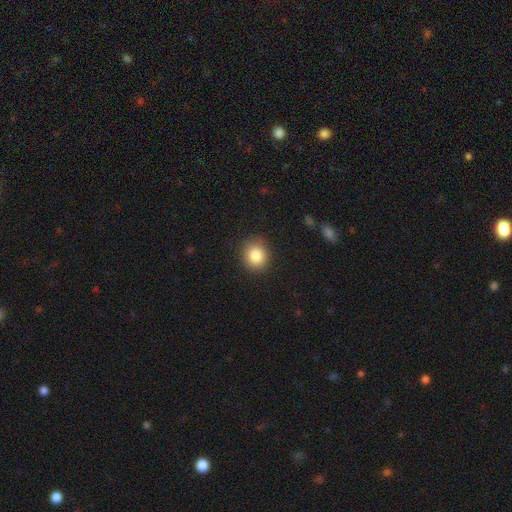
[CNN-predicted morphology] Overall: smooth (84%). How rounded: round (83%). Merging: none (88%).